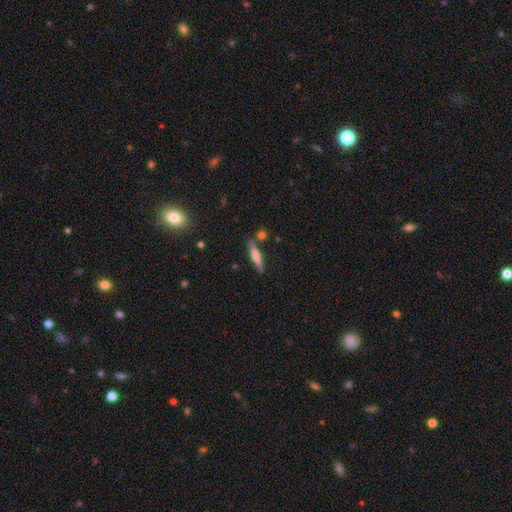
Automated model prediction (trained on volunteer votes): smooth 60%, featured or disk 33%, star or artifact 6%. Down the decision tree: how rounded — cigar-shaped (87%); merging — none (80%).